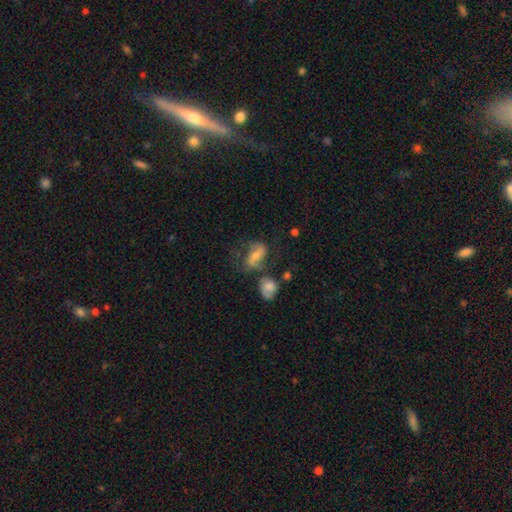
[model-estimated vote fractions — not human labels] Smooth or featured? Predicted: featured or disk (p=0.53). Edge-on disk? Predicted: no (p=0.93). Merging? Predicted: none (p=0.46).